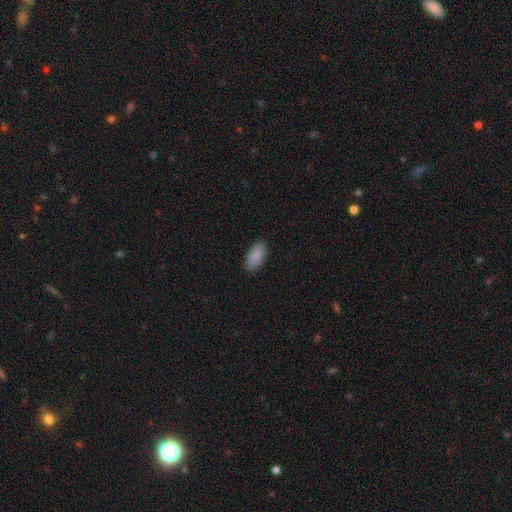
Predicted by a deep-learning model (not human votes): Q: Smooth or featured?
A: smooth (89%); runner-up: star or artifact (7%)
Q: How rounded?
A: in between (93%); runner-up: cigar-shaped (5%)
Q: Merging?
A: none (87%); runner-up: minor disturbance (10%)